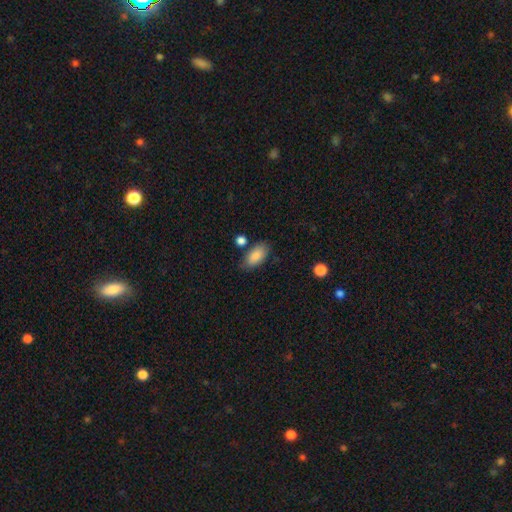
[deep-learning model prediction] smooth 86%, featured or disk 7%, star or artifact 6%. Down the decision tree: how rounded — in between (93%); merging — none (75%).